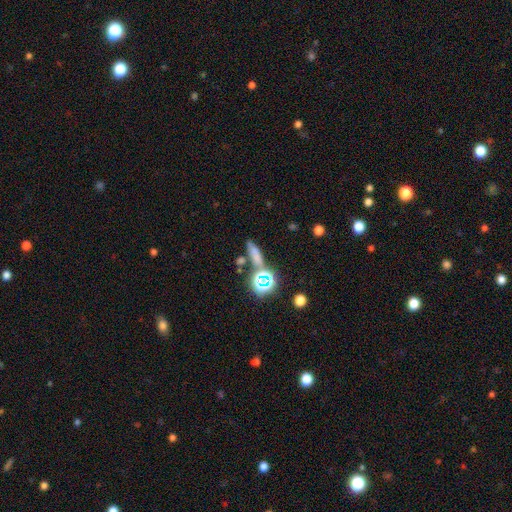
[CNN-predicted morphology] Smooth or featured? Predicted: smooth (p=0.61). How rounded? Predicted: cigar-shaped (p=0.54). Merging? Predicted: none (p=0.64).